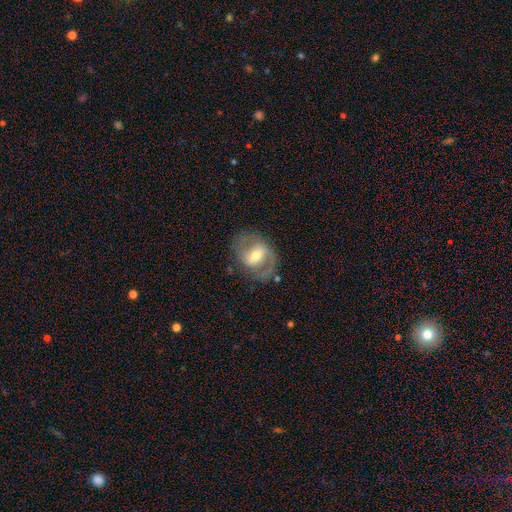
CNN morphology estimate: Smooth or featured? featured or disk (74%)
Edge-on disk? no (96%)
Bar? weak (44%)
Spiral arms? yes (81%)
Spiral winding? medium (52%)
Spiral arm count? 2 (82%)
Bulge size? moderate (59%)
Merging? none (73%)